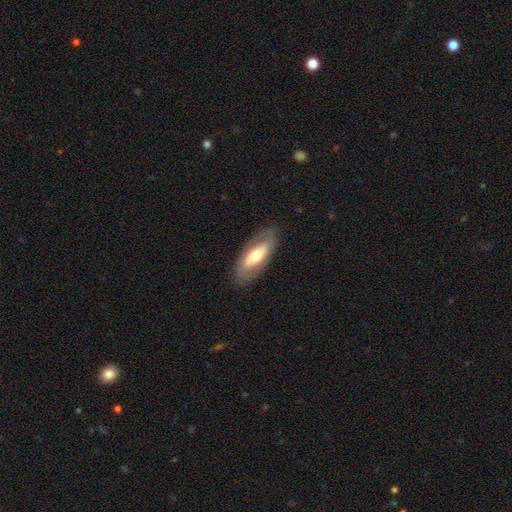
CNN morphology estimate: A featured or disk galaxy (51%).

Vote fractions:
- Smooth or featured? featured or disk: 51% / smooth: 43% / star or artifact: 6%
- Edge-on disk? no: 78% / yes: 22%
- Merging? none: 82% / minor disturbance: 13% / major disturbance: 5% / merger: 1%